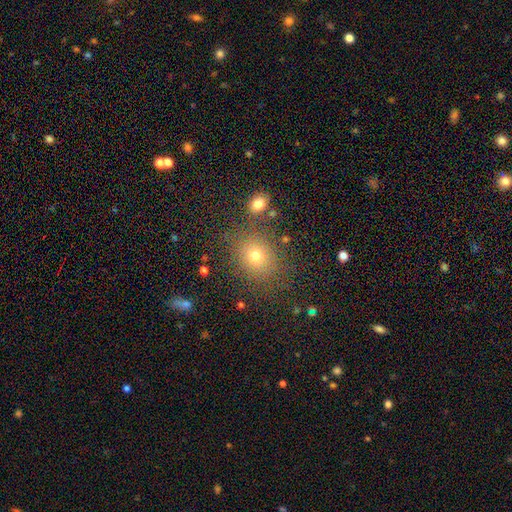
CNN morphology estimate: smooth 72%, star or artifact 18%, featured or disk 10%. Down the decision tree: how rounded — round (61%); merging — none (79%).